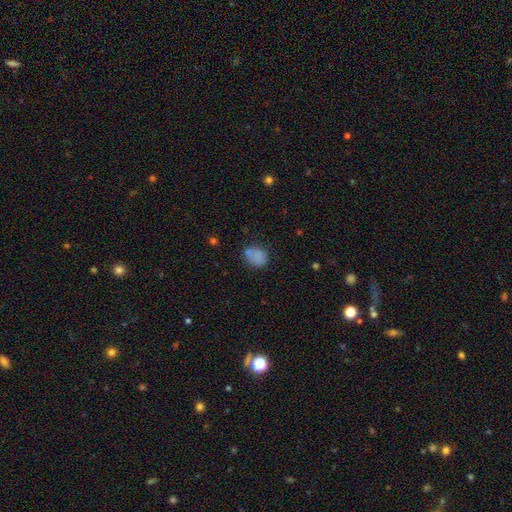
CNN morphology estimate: Smooth or featured: smooth — 78% (star or artifact — 11%)
How rounded: round — 53% (in between — 46%)
Merging: none — 66% (minor disturbance — 19%)